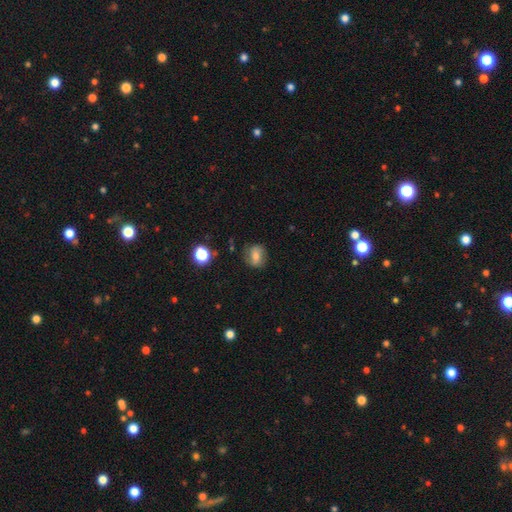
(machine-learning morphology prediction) type=smooth (56%); roundness=round (59%); merging=none (72%).